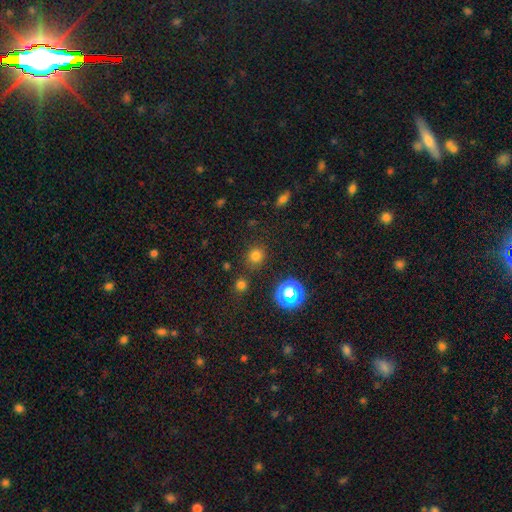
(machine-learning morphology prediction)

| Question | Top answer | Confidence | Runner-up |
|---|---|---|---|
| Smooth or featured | smooth | 72% | star or artifact (22%) |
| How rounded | round | 87% | in between (12%) |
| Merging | none | 83% | minor disturbance (9%) |